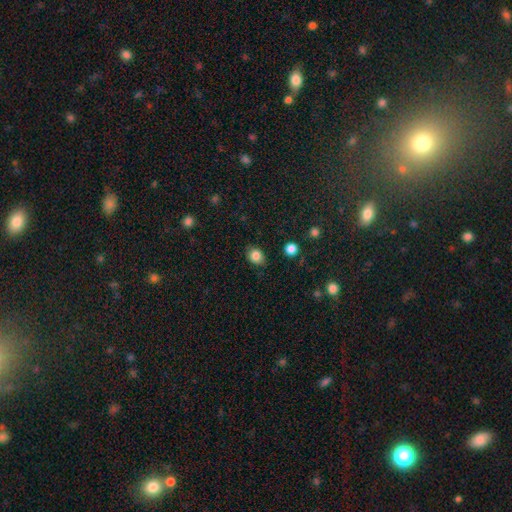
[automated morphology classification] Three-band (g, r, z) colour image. It shows a smooth galaxy with no disk features (85%) that is in between round and cigar-shaped (53%). Merging: none (85%).